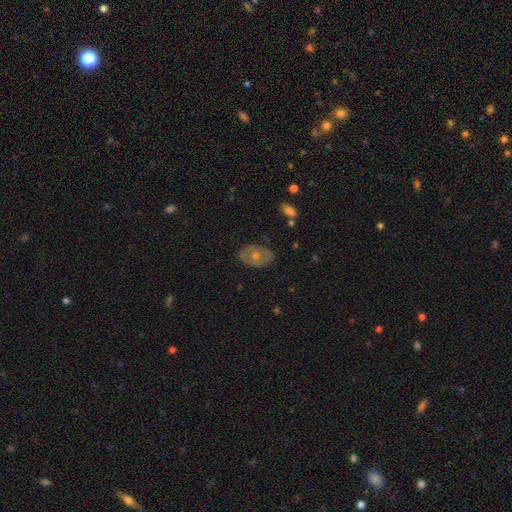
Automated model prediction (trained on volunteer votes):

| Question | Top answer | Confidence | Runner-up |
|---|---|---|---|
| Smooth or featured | featured or disk | 54% | smooth (37%) |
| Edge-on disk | no | 92% | yes (8%) |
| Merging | none | 80% | minor disturbance (14%) |